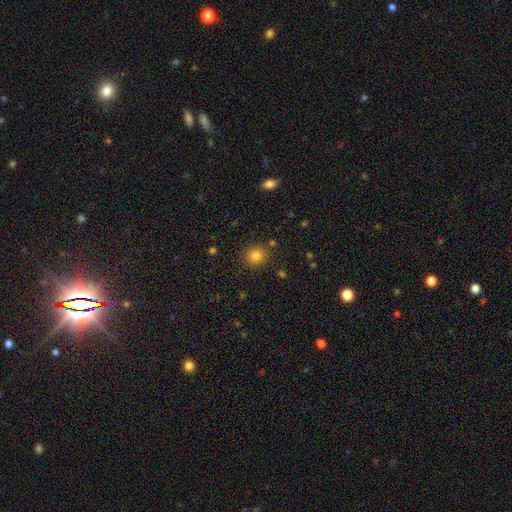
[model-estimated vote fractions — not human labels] This is clearly a smooth galaxy (81%). How rounded: clearly round (83%). Merging: clearly none (85%).